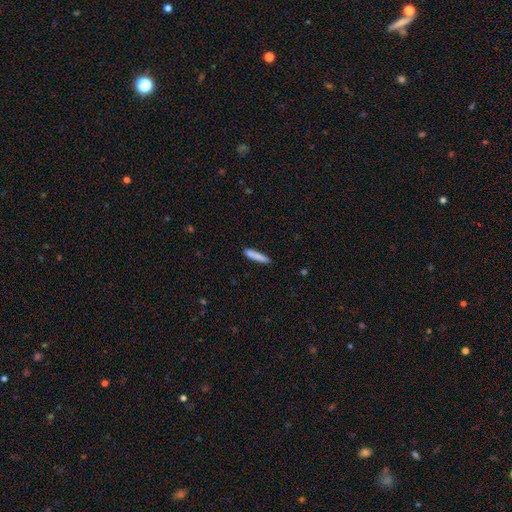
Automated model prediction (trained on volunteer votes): smooth_or_featured: smooth (p=0.84) [alt: featured or disk p=0.10]
how_rounded: cigar-shaped (p=0.92) [alt: in between p=0.07]
merging: none (p=0.86) [alt: minor disturbance p=0.11]